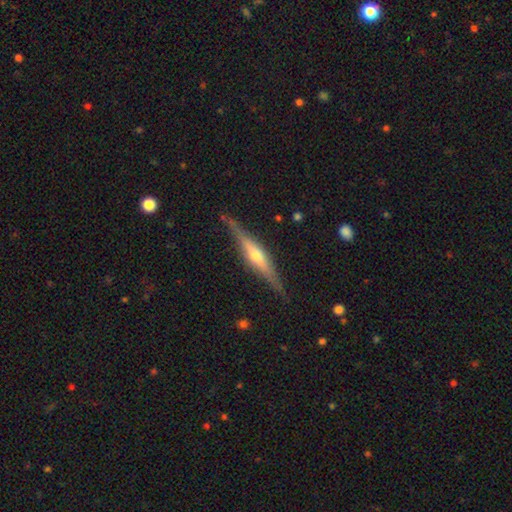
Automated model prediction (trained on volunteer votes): smooth-or-featured: featured or disk: 76% | smooth: 18% | star or artifact: 6%
  disk-edge-on: yes: 97% | no: 3%
    edge-on-bulge: rounded: 84% | boxy: 9% | none: 7%
  merging: none: 86% | minor disturbance: 10% | major disturbance: 2% | merger: 1%